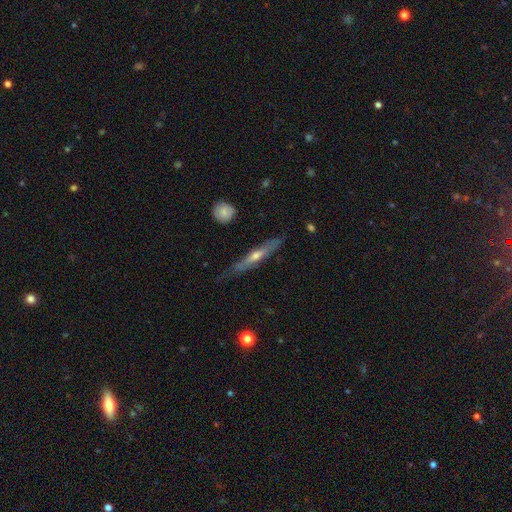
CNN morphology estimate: type=featured or disk (62%); edge-on=yes (88%); edge-on bulge=rounded (67%); merging=none (72%).